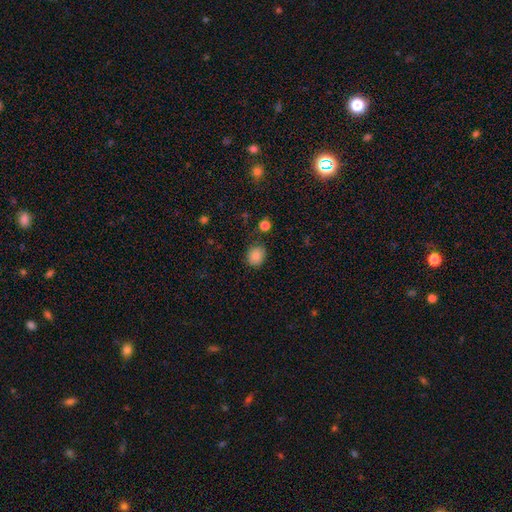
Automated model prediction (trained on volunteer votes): Smooth or featured: smooth — 85% (star or artifact — 10%)
How rounded: round — 68% (in between — 31%)
Merging: none — 81% (minor disturbance — 13%)